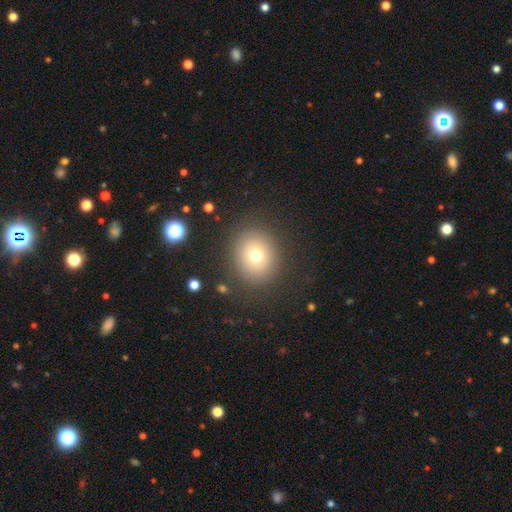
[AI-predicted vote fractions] Overall: smooth (70%). How rounded: round (78%). Merging: none (86%).